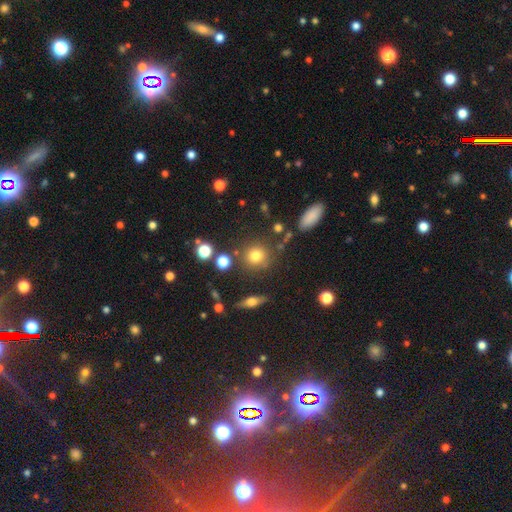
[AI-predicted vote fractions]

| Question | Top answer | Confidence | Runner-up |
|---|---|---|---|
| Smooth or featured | smooth | 74% | star or artifact (15%) |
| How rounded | round | 87% | in between (11%) |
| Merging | none | 79% | minor disturbance (10%) |